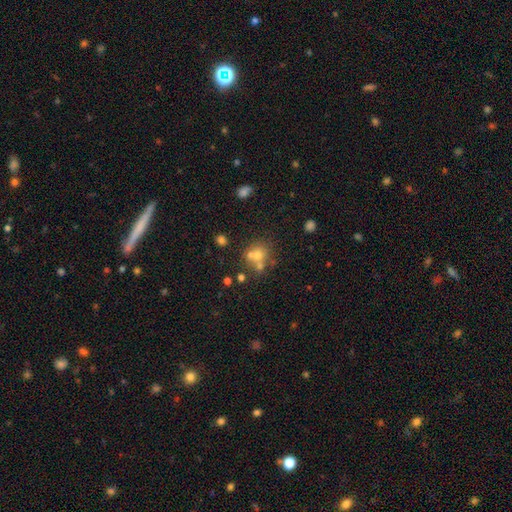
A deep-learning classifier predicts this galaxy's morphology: Q: Smooth or featured?
A: smooth (57%); runner-up: star or artifact (23%)
Q: How rounded?
A: round (78%); runner-up: in between (21%)
Q: Merging?
A: none (46%); runner-up: merger (41%)